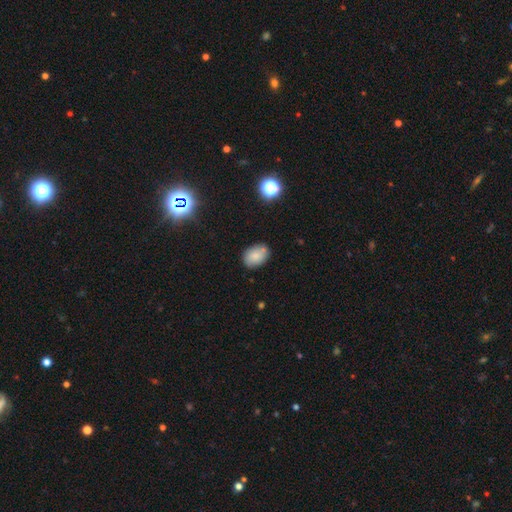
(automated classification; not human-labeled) Overall: smooth (81%). How rounded: in between (80%). Merging: none (76%).